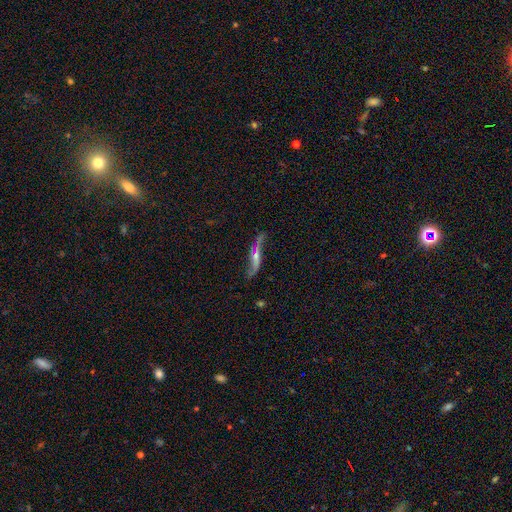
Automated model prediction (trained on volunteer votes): Smooth or featured: featured or disk — 79% (smooth — 14%)
Edge-on disk: no — 60% (yes — 40%)
Merging: none — 64% (minor disturbance — 22%)